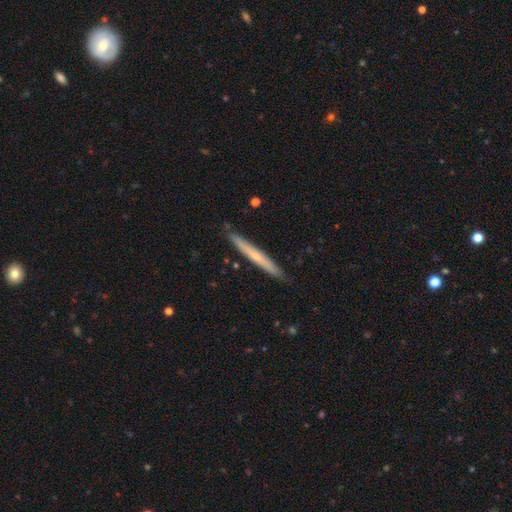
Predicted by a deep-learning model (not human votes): The model was most divided on "smooth or featured": featured or disk: 49%, smooth: 46%, star or artifact: 6%. More confident: merging — none (87%).